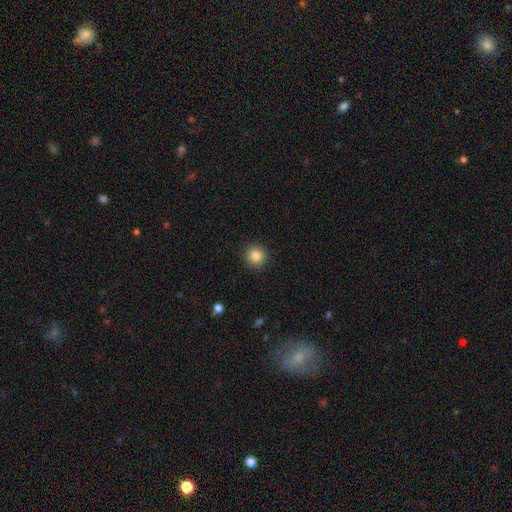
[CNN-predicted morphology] smooth_or_featured: smooth (p=0.85) [alt: star or artifact p=0.10]
how_rounded: round (p=0.94) [alt: in between p=0.05]
merging: none (p=0.92) [alt: minor disturbance p=0.05]